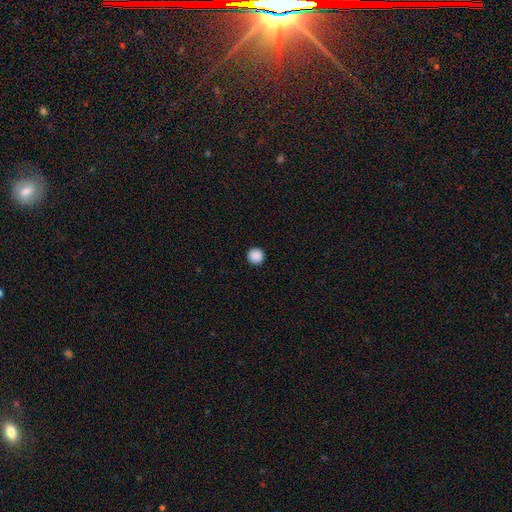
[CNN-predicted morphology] Smooth or featured?
  - smooth: 89% *
  - star or artifact: 9%
  - featured or disk: 2%
How rounded?
  - round: 96% *
  - in between: 3%
  - cigar-shaped: 1%
Merging?
  - none: 94% *
  - minor disturbance: 4%
  - major disturbance: 2%
  - merger: 1%